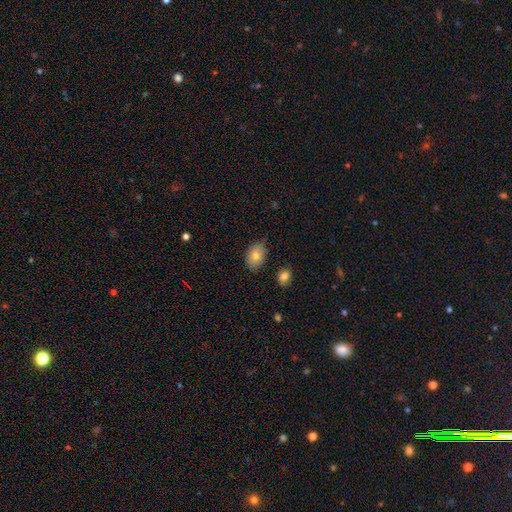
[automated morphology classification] Smooth or featured? smooth (78%)
How rounded? in between (80%)
Merging? none (74%)